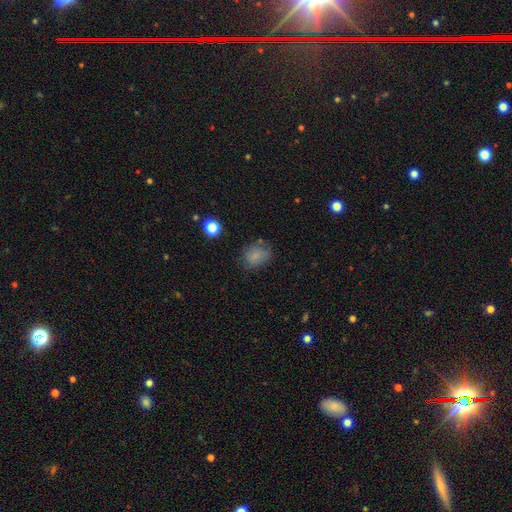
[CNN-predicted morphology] type=smooth (79%); roundness=in between (53%); merging=none (67%).